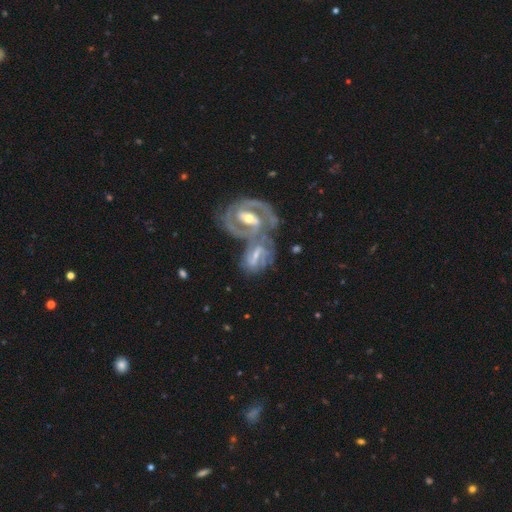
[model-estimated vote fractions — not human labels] Smooth or featured?
  - featured or disk: 82% *
  - smooth: 12%
  - star or artifact: 6%
Edge-on disk?
  - no: 96% *
  - yes: 4%
Bar?
  - strong: 51% *
  - weak: 36%
  - no: 13%
Spiral arms?
  - yes: 90% *
  - no: 10%
Spiral winding?
  - tight: 45% *
  - medium: 44%
  - loose: 11%
Spiral arm count?
  - 2: 62% *
  - can't tell: 17%
  - 3: 11%
  - 1: 5%
  - 4: 3%
  - more than 4: 2%
Bulge size?
  - moderate: 52% *
  - small: 39%
  - none: 4%
  - large: 4%
  - dominant: 1%
Merging?
  - merger: 64% *
  - none: 20%
  - minor disturbance: 9%
  - major disturbance: 7%